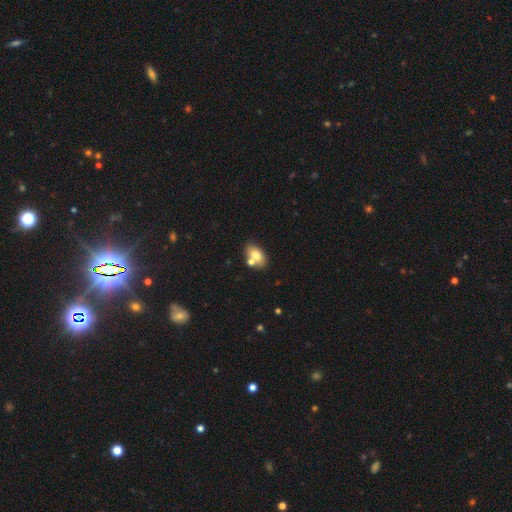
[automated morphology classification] Overall: smooth (74%). How rounded: in between (88%). Merging: none (59%; merger 24%).